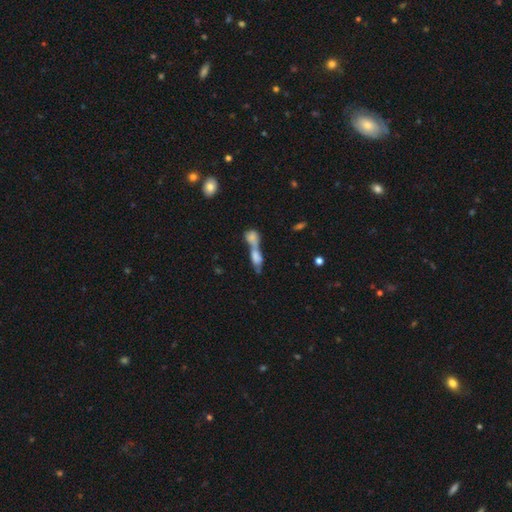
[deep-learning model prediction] smooth-or-featured: smooth: 57% | featured or disk: 29% | star or artifact: 14%
  how-rounded: in between: 48% | cigar-shaped: 41% | round: 11%
  merging: merger: 70% | none: 19% | minor disturbance: 6% | major disturbance: 6%